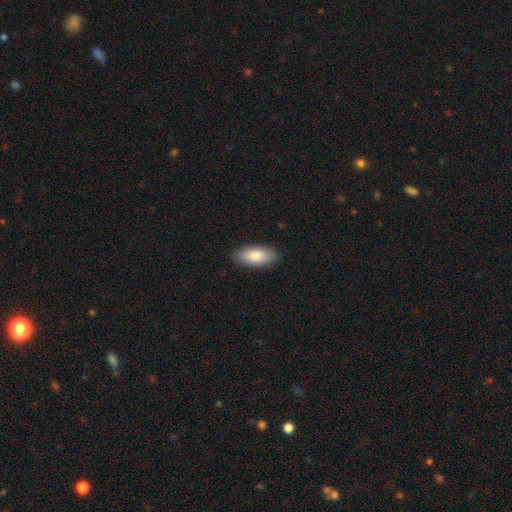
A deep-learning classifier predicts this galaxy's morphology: This is clearly a smooth galaxy (85%). How rounded: clearly in between (90%). Merging: clearly none (89%).